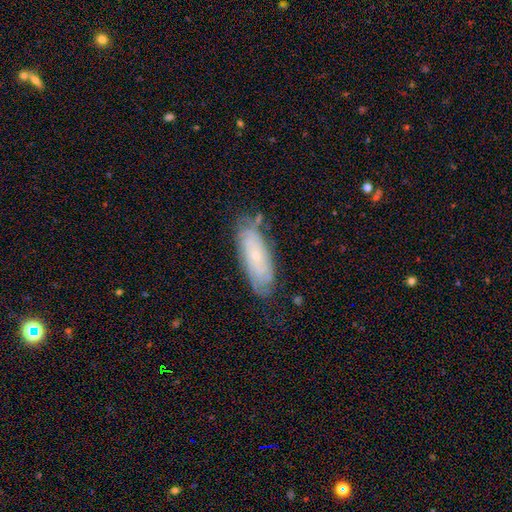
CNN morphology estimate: This is possibly a featured or disk galaxy (55%). It is clearly not viewed edge-on (83%). Merging: likely none (71%).